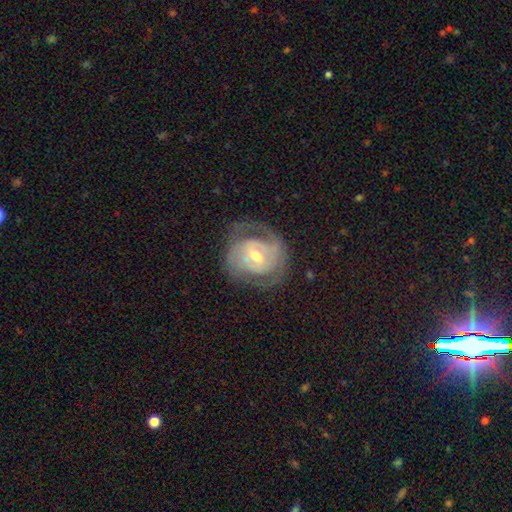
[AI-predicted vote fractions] Q: Smooth or featured?
A: featured or disk (80%); runner-up: smooth (15%)
Q: Edge-on disk?
A: no (96%); runner-up: yes (4%)
Q: Bar?
A: weak (48%); runner-up: no (31%)
Q: Spiral arms?
A: yes (85%); runner-up: no (15%)
Q: Spiral winding?
A: tight (55%); runner-up: medium (33%)
Q: Spiral arm count?
A: 2 (56%); runner-up: can't tell (24%)
Q: Bulge size?
A: moderate (66%); runner-up: small (28%)
Q: Merging?
A: none (65%); runner-up: minor disturbance (19%)